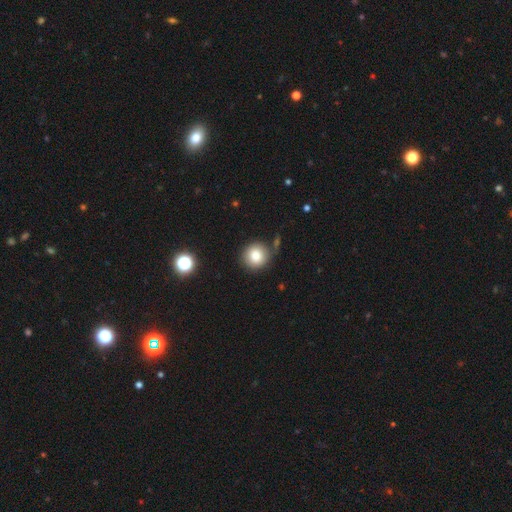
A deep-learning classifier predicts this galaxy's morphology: Smooth or featured? Predicted: smooth (p=0.82). How rounded? Predicted: round (p=0.93). Merging? Predicted: none (p=0.76).